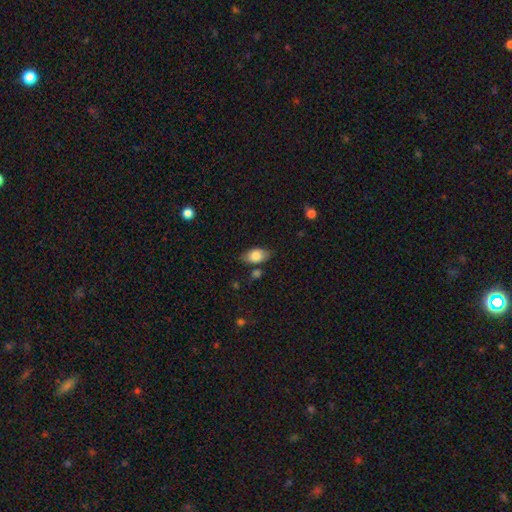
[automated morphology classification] A smooth galaxy with no disk features (79%) that is in between round and cigar-shaped (90%). Merging: none (76%).